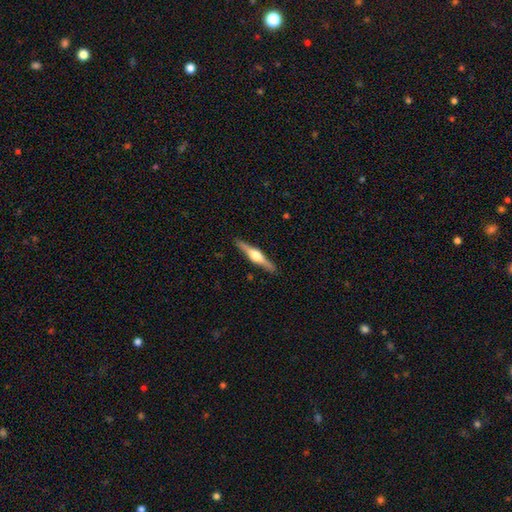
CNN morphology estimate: smooth_or_featured: featured or disk (p=0.72) [alt: smooth p=0.23]
disk_edge_on: yes (p=0.98) [alt: no p=0.02]
edge_on_bulge: rounded (p=0.94) [alt: boxy p=0.04]
merging: none (p=0.91) [alt: minor disturbance p=0.07]